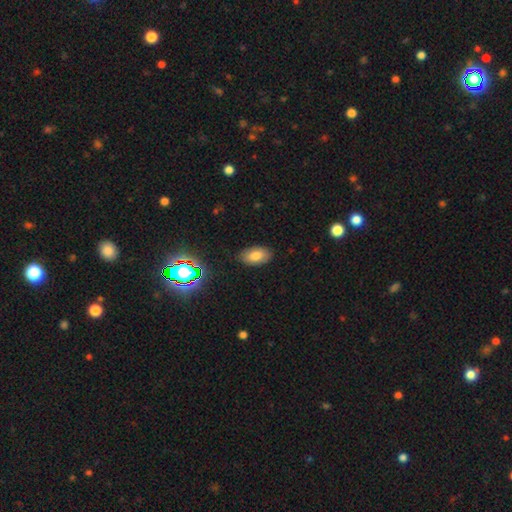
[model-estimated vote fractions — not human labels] A smooth galaxy with no disk features (76%) that is in between round and cigar-shaped (93%).

Vote fractions:
- Smooth or featured? smooth: 76% / star or artifact: 12% / featured or disk: 12%
- How rounded? in between: 93% / round: 5% / cigar-shaped: 2%
- Merging? none: 85% / minor disturbance: 11% / major disturbance: 2% / merger: 1%